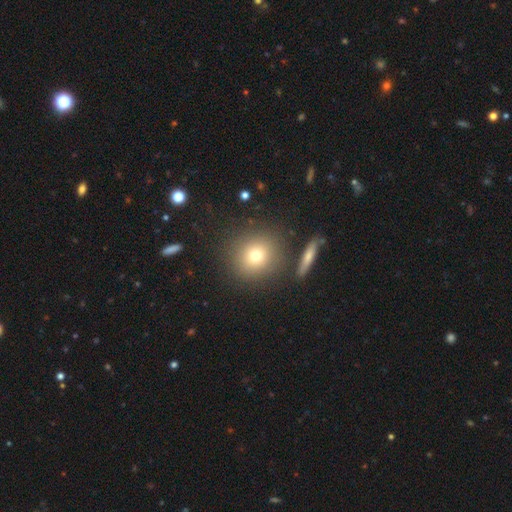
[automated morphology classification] smooth 73%, star or artifact 14%, featured or disk 13%. Down the decision tree: how rounded — round (88%); merging — none (83%).